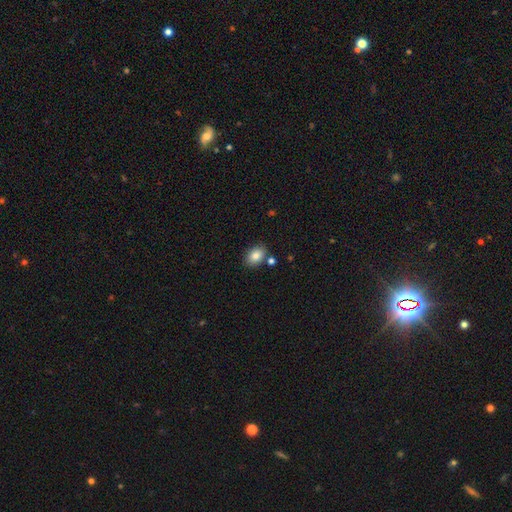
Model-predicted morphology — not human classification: A smooth galaxy with no disk features (84%) that is in between round and cigar-shaped (75%). Merging: none (79%).